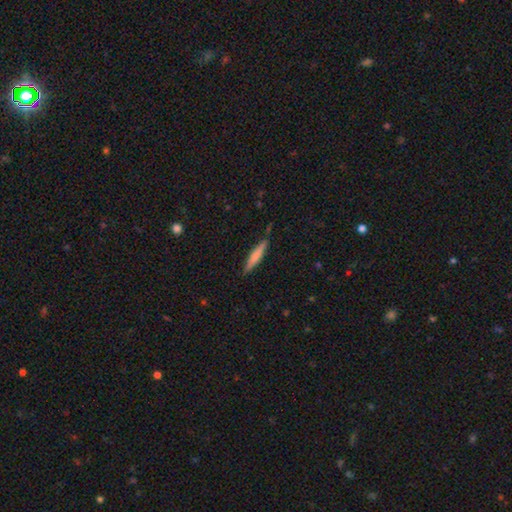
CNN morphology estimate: This is likely a smooth galaxy (65%). How rounded: clearly cigar-shaped (90%). Merging: clearly none (84%).